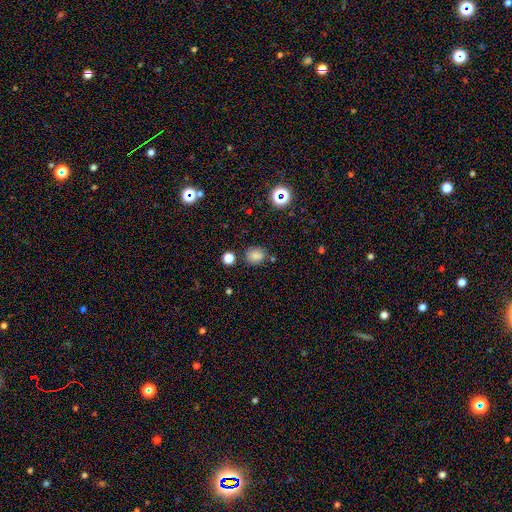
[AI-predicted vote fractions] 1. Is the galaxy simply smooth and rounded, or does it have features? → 80% smooth, 15% star or artifact, 6% featured or disk.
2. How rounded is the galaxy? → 63% round, 36% in between, 1% cigar-shaped.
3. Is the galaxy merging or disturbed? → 77% none, 14% minor disturbance, 6% merger, 4% major disturbance.